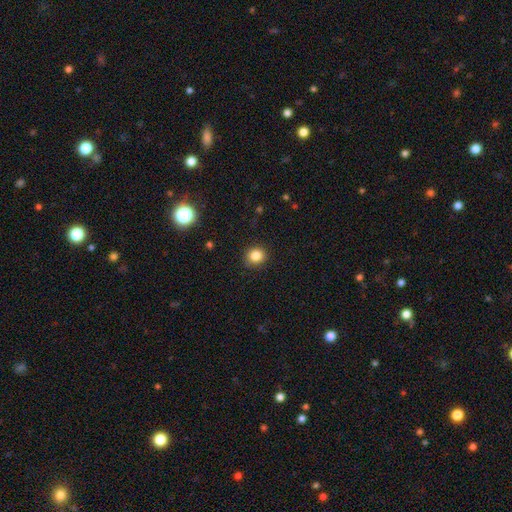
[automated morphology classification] This is clearly a smooth galaxy (84%). How rounded: clearly round (83%). Merging: clearly none (88%).